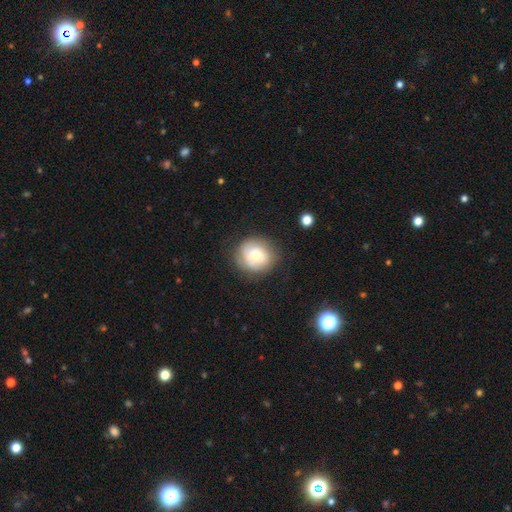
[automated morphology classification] type=smooth (62%); roundness=round (85%); merging=none (76%).